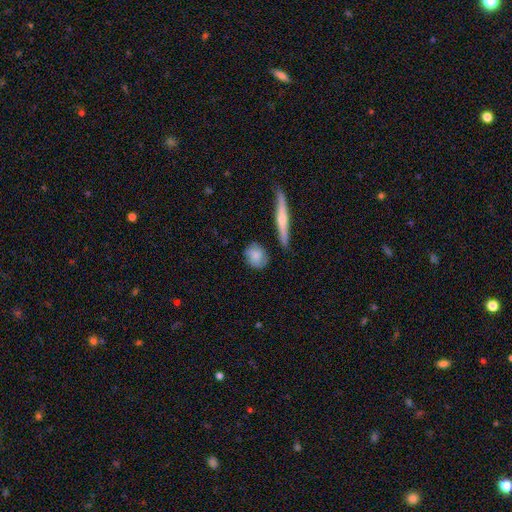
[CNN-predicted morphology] smooth-or-featured: smooth: 72% | featured or disk: 22% | star or artifact: 6%
  how-rounded: round: 64% | in between: 29% | cigar-shaped: 8%
  merging: none: 75% | minor disturbance: 18% | major disturbance: 4% | merger: 4%